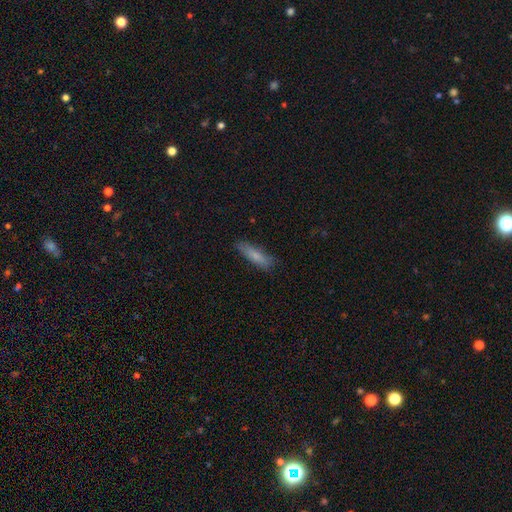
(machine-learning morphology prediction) smooth_or_featured: smooth (p=0.76) [alt: featured or disk p=0.17]
how_rounded: cigar-shaped (p=0.67) [alt: in between p=0.31]
merging: none (p=0.78) [alt: minor disturbance p=0.17]